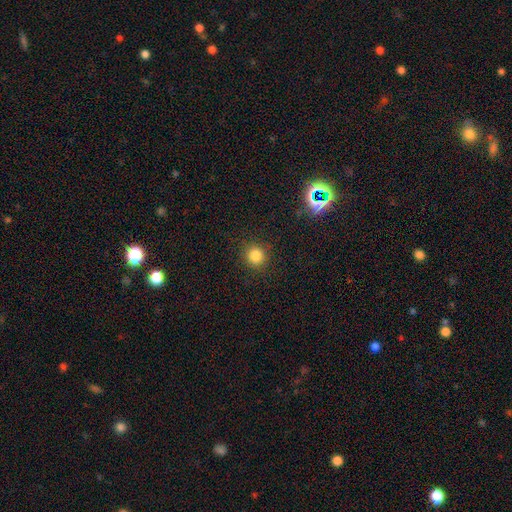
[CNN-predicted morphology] type=smooth (82%); roundness=round (93%); merging=none (90%).